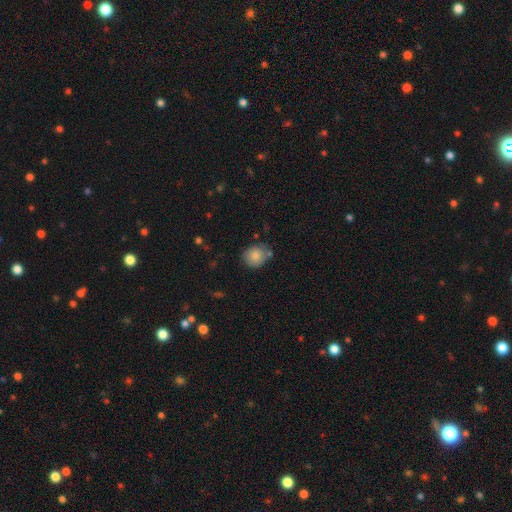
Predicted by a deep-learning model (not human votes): Smooth or featured?
  - smooth: 83% *
  - star or artifact: 9%
  - featured or disk: 8%
How rounded?
  - round: 79% *
  - in between: 20%
  - cigar-shaped: 1%
Merging?
  - none: 74% *
  - minor disturbance: 16%
  - merger: 6%
  - major disturbance: 4%